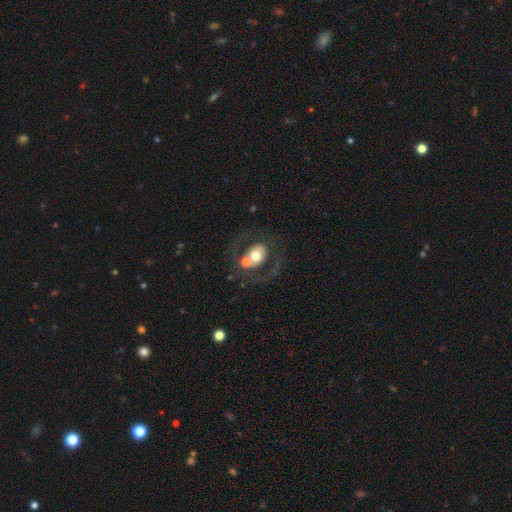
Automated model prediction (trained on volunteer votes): Morphology: type=featured or disk (51%); edge-on=no (96%); merging=none (49%).